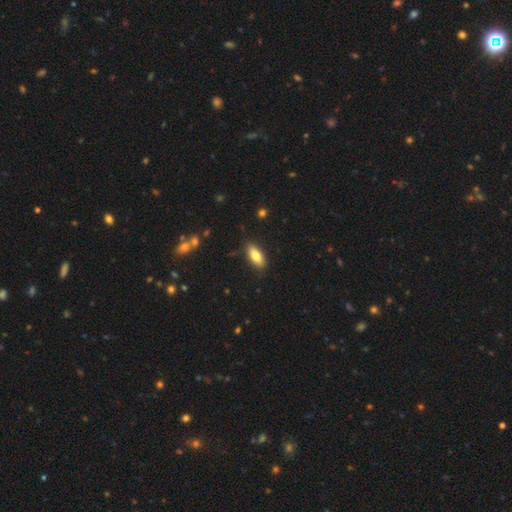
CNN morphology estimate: A smooth galaxy with no disk features (79%) that is in between round and cigar-shaped (78%). Merging: none (86%).